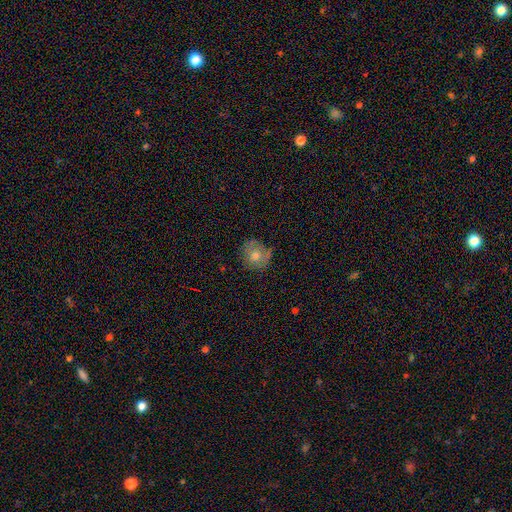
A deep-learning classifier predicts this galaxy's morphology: Smooth or featured: smooth — 62% (featured or disk — 27%)
How rounded: round — 84% (in between — 15%)
Merging: none — 73% (minor disturbance — 20%)